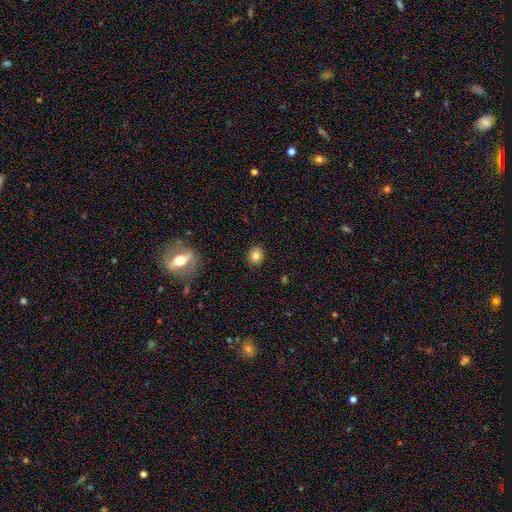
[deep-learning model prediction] This appears to be a smooth galaxy with no disk features (82%) that is round (74%). Merging: none (89%).